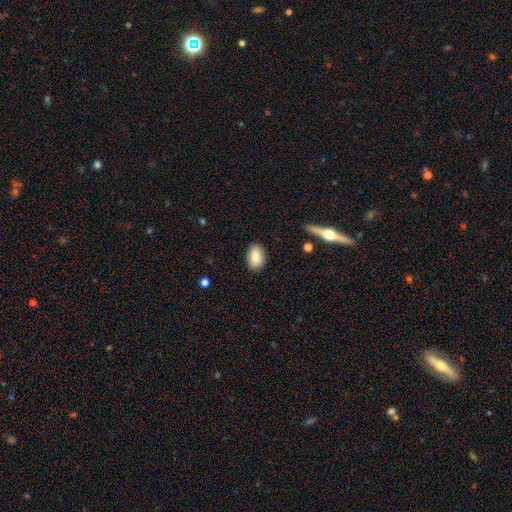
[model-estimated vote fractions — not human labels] This appears to be a smooth galaxy with no disk features (79%) that is in between round and cigar-shaped (87%). Merging: none (87%).